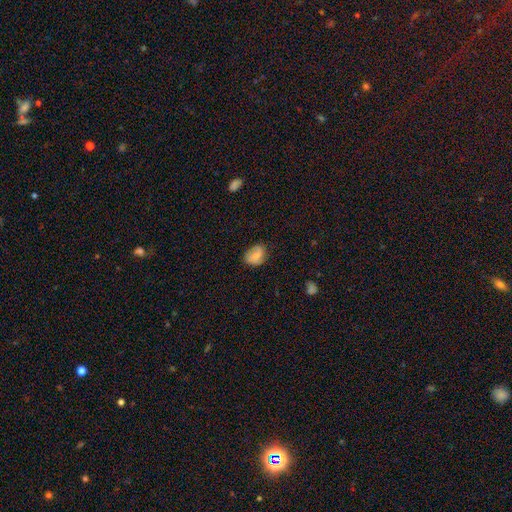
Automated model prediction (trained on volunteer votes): smooth-or-featured: smooth: 74% | featured or disk: 17% | star or artifact: 9%
  how-rounded: in between: 64% | round: 34% | cigar-shaped: 1%
  merging: none: 65% | minor disturbance: 27% | major disturbance: 7% | merger: 2%